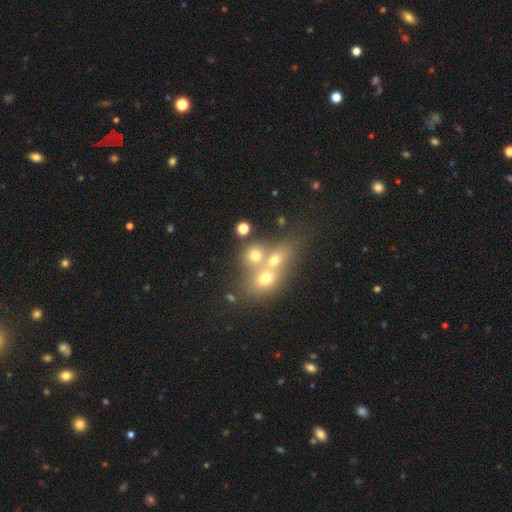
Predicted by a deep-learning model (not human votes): Smooth or featured? smooth (63%)
How rounded? round (67%)
Merging? merger (53%)